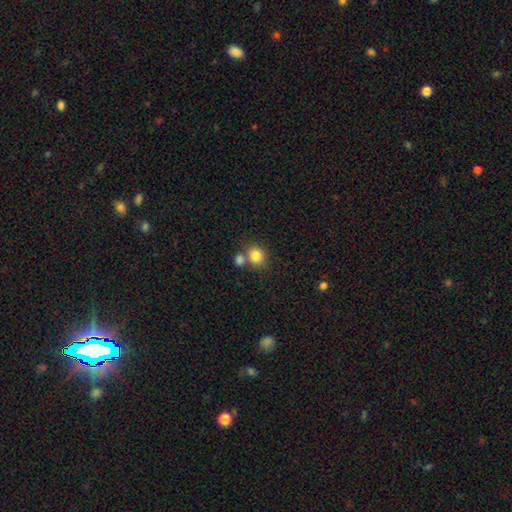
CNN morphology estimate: A smooth galaxy with no disk features (83%) that is round (75%). Merging: none (58%).